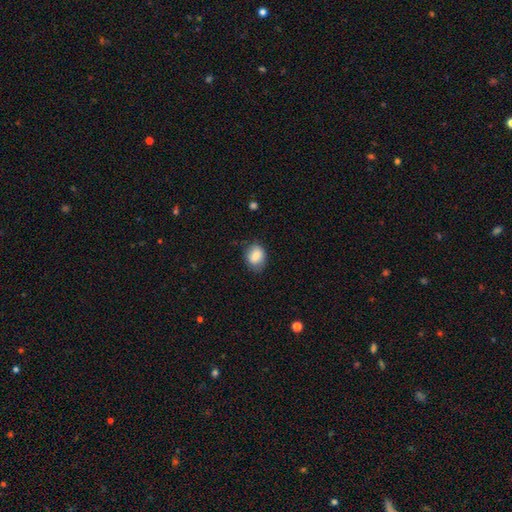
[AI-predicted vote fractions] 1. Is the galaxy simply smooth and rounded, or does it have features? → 84% smooth, 8% featured or disk, 8% star or artifact.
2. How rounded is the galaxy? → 57% in between, 42% round, 1% cigar-shaped.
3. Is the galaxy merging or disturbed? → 71% none, 22% minor disturbance, 5% major disturbance, 1% merger.